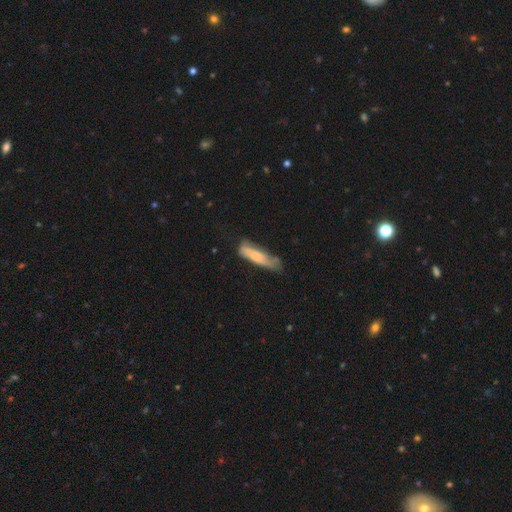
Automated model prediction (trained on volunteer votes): Smooth or featured: smooth — 67% (featured or disk — 26%)
How rounded: cigar-shaped — 74% (in between — 25%)
Merging: none — 45% (minor disturbance — 35%)